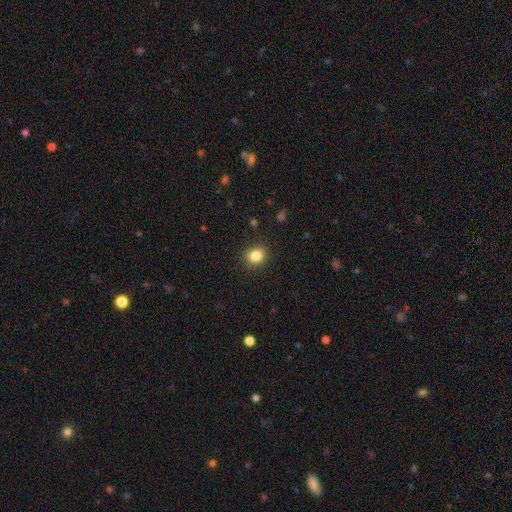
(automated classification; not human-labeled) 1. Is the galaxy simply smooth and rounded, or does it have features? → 84% smooth, 11% star or artifact, 5% featured or disk.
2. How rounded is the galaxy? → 64% round, 35% in between, 1% cigar-shaped.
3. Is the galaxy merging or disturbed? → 88% none, 8% minor disturbance, 2% major disturbance, 1% merger.